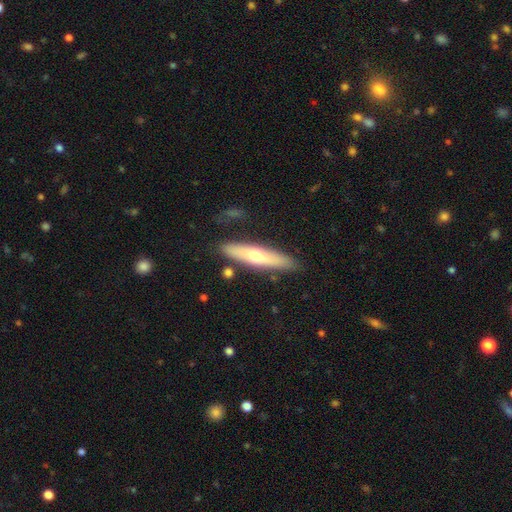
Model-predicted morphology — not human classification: smooth-or-featured: smooth: 50% | featured or disk: 44% | star or artifact: 6%
  how-rounded: cigar-shaped: 79% | in between: 19% | round: 2%
  merging: none: 82% | minor disturbance: 12% | merger: 3% | major disturbance: 3%